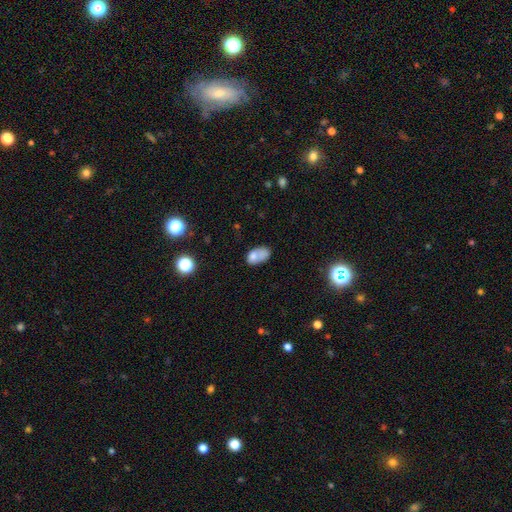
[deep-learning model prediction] Morphology: type=smooth (70%); roundness=in between (86%); merging=merger (33%).